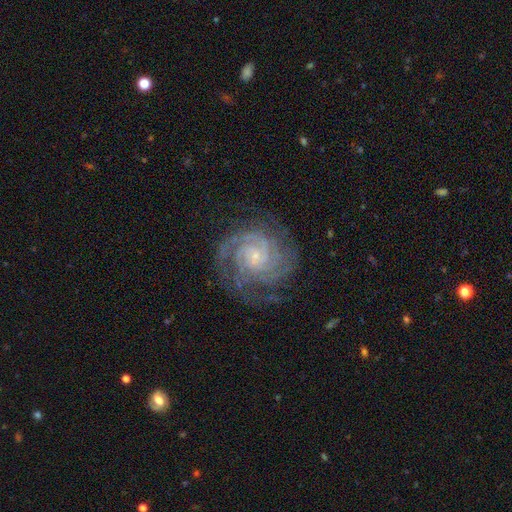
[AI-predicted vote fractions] smooth-or-featured: featured or disk: 90% | star or artifact: 6% | smooth: 5%
  disk-edge-on: no: 98% | yes: 2%
    bar: no: 69% | weak: 24% | strong: 7%
    has-spiral-arms: yes: 98% | no: 2%
      spiral-winding: tight: 77% | medium: 21% | loose: 3%
      spiral-arm-count: 4: 24% (tied) | 3: 24% (tied) | can't tell: 19% | 2: 17% | more than 4: 9% | 1: 7%
    bulge-size: small: 83% | moderate: 10% | none: 4% | large: 1% | dominant: 1%
  merging: none: 76% | minor disturbance: 16% | major disturbance: 7% | merger: 1%